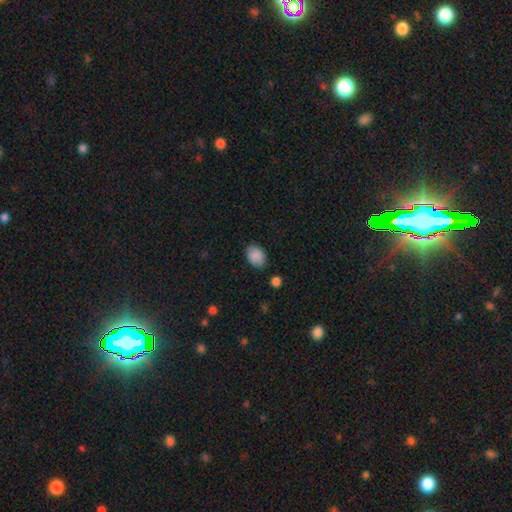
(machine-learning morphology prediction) type=smooth (88%); roundness=in between (78%); merging=none (82%).